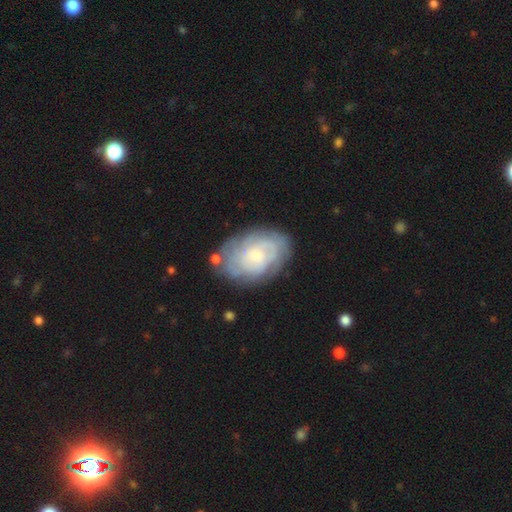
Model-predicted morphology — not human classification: smooth-or-featured: featured or disk: 65% | smooth: 28% | star or artifact: 7%
  disk-edge-on: no: 96% | yes: 4%
    bar: no: 70% | weak: 26% | strong: 4%
    has-spiral-arms: yes: 81% | no: 19%
      spiral-winding: tight: 65% | medium: 26% | loose: 9%
      spiral-arm-count: can't tell: 57% | 2: 17% | 3: 10% | 4: 7% | 1: 4% | more than 4: 4%
    bulge-size: small: 51% | moderate: 30% | none: 10% | large: 7% | dominant: 2%
  merging: none: 71% | minor disturbance: 19% | major disturbance: 7% | merger: 3%